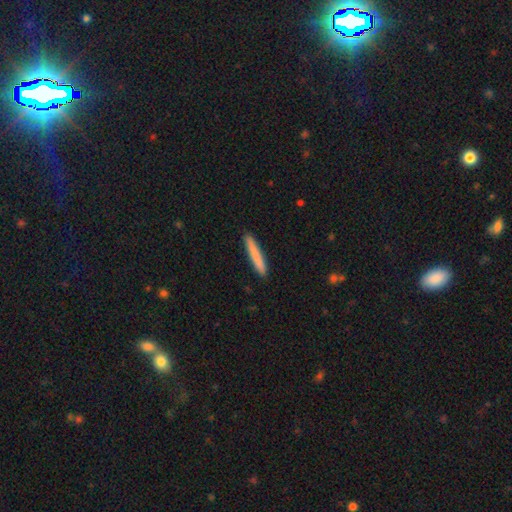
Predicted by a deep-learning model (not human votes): The model was most divided on "smooth or featured": smooth: 82%, featured or disk: 13%, star or artifact: 6%. More confident: how rounded — cigar-shaped (95%); merging — none (91%).